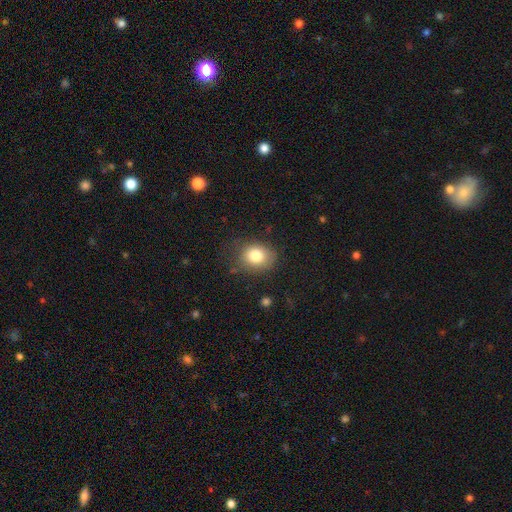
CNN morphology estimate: Smooth or featured? smooth (81%)
How rounded? round (55%)
Merging? none (72%)